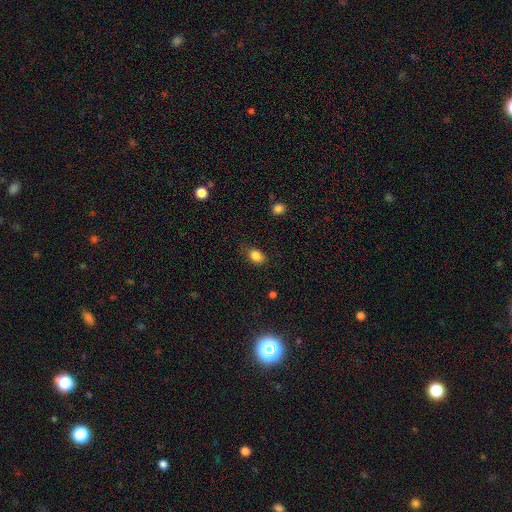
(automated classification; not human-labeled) smooth_or_featured: smooth (p=0.85) [alt: star or artifact p=0.10]
how_rounded: in between (p=0.75) [alt: round p=0.24]
merging: none (p=0.76) [alt: minor disturbance p=0.18]